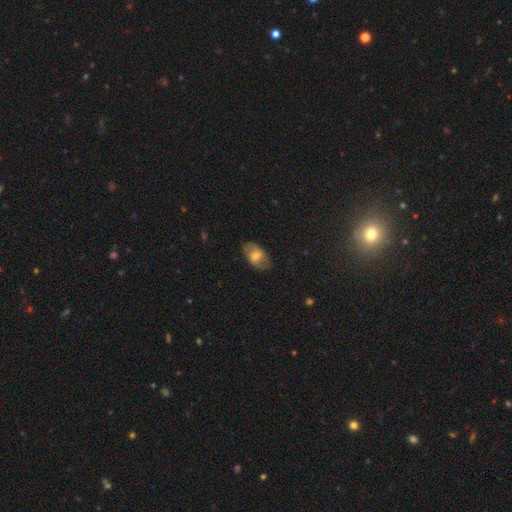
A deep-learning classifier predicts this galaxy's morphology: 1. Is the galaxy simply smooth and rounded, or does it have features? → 57% smooth, 36% featured or disk, 8% star or artifact.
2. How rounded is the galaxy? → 89% in between, 9% round, 2% cigar-shaped.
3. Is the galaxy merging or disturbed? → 78% none, 16% minor disturbance, 5% major disturbance, 1% merger.